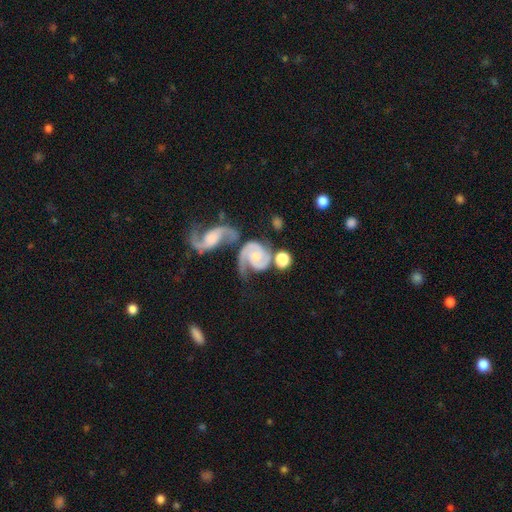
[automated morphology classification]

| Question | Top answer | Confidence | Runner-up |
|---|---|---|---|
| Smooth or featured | featured or disk | 85% | smooth (10%) |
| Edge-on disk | no | 98% | yes (2%) |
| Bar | no | 65% | weak (28%) |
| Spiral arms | yes | 96% | no (4%) |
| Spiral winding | medium | 48% | tight (27%) |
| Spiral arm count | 2 | 81% | 1 (9%) |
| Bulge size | small | 50% | moderate (44%) |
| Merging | none | 34% | merger (33%) |